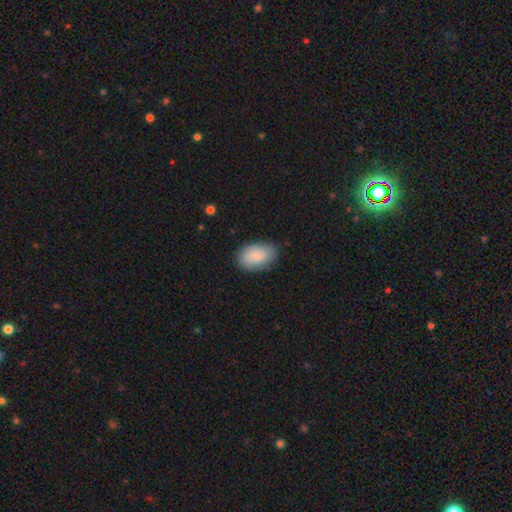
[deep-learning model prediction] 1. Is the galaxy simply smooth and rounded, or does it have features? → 88% smooth, 6% featured or disk, 6% star or artifact.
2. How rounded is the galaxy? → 90% in between, 9% round, 1% cigar-shaped.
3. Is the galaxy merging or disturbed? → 81% none, 15% minor disturbance, 3% major disturbance, 1% merger.